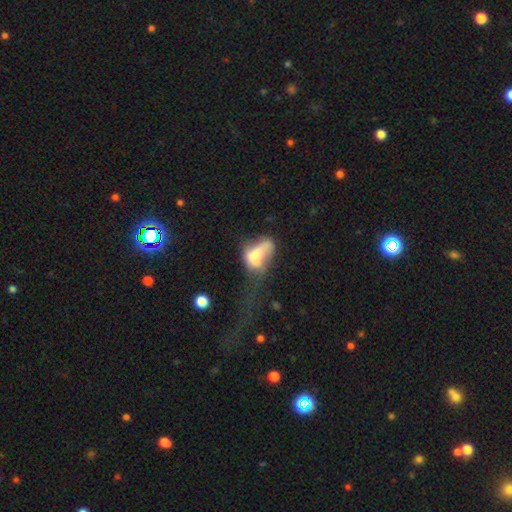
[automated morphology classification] Smooth or featured?
  - smooth: 59% *
  - featured or disk: 31%
  - star or artifact: 10%
How rounded?
  - in between: 85% *
  - round: 11%
  - cigar-shaped: 4%
Merging?
  - major disturbance: 48% *
  - minor disturbance: 19%
  - merger: 18%
  - none: 15%